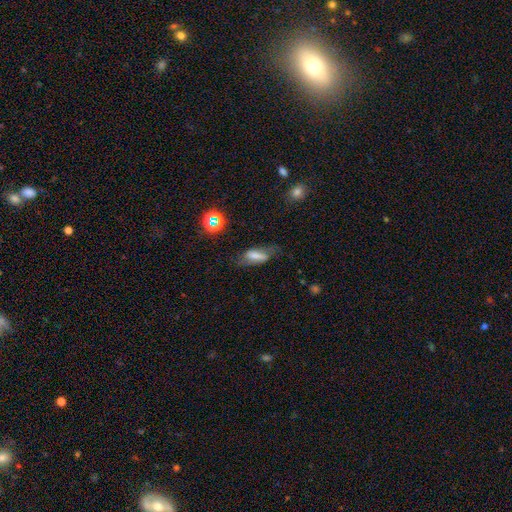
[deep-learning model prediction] Smooth or featured? Predicted: smooth (p=0.48). Merging? Predicted: none (p=0.58).